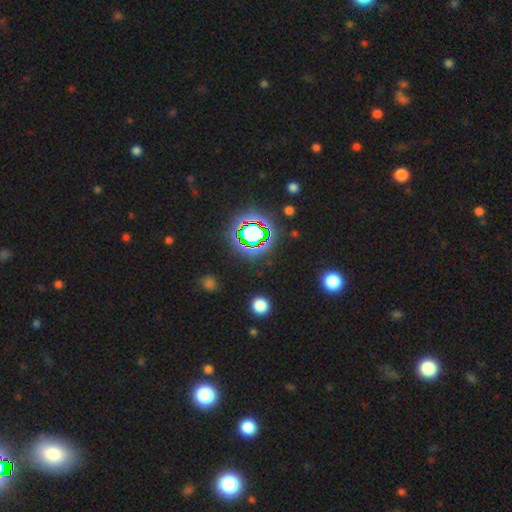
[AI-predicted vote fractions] This is likely a star or artifact rather than a galaxy (77%).